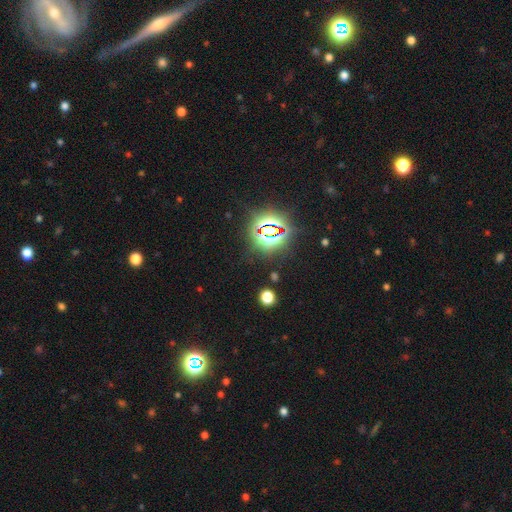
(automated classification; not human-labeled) Q: Smooth or featured?
A: star or artifact (79%); runner-up: smooth (13%)